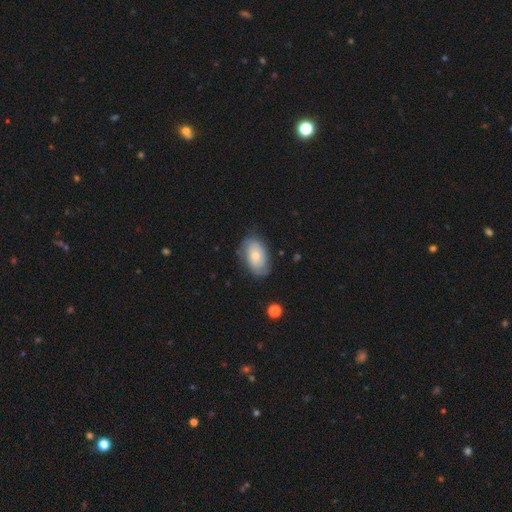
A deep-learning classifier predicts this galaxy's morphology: Overall: smooth (53%; featured or disk 40%). How rounded: in between (90%). Merging: none (71%).